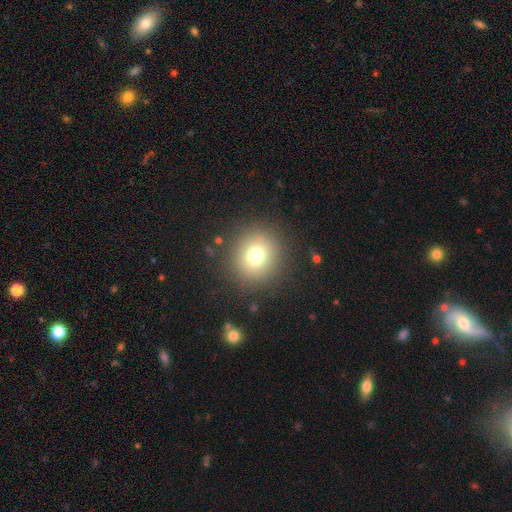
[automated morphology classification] This appears to be a smooth galaxy with no disk features (74%) that is round (90%). Merging: none (88%).